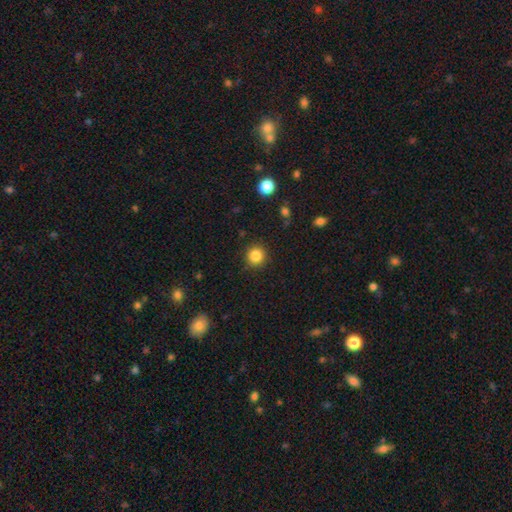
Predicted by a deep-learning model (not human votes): Smooth or featured? smooth (84%)
How rounded? round (93%)
Merging? none (91%)